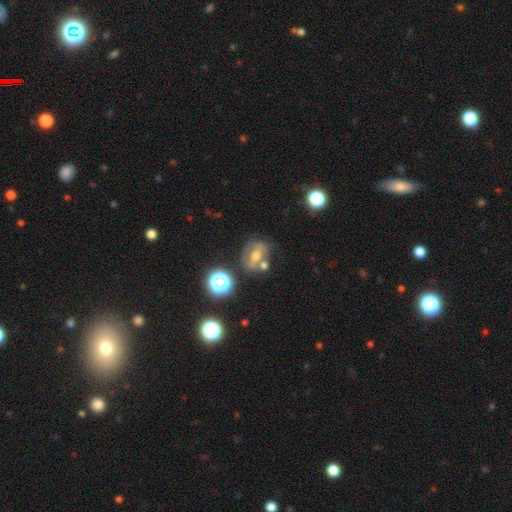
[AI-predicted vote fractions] Overall: featured or disk (46%; smooth 35%). Merging: none (57%).